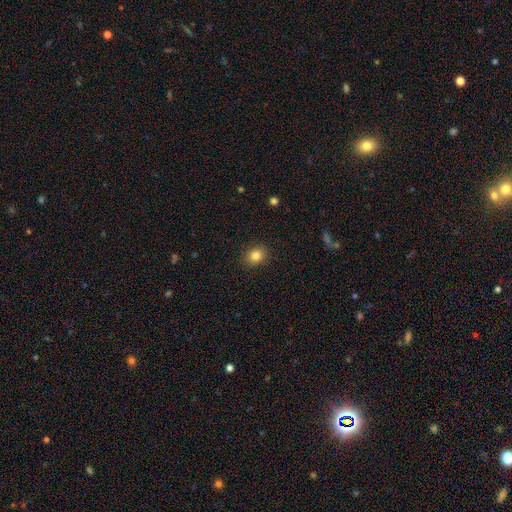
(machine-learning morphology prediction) A smooth galaxy with no disk features (83%) that is round (57%).

Vote fractions:
- Smooth or featured? smooth: 83% / star or artifact: 11% / featured or disk: 6%
- How rounded? round: 57% / in between: 42% / cigar-shaped: 1%
- Merging? none: 89% / minor disturbance: 8% / major disturbance: 2% / merger: 1%